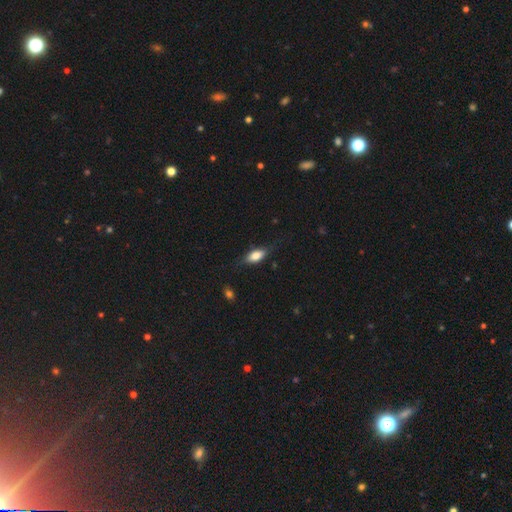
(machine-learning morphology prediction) Q: Smooth or featured?
A: smooth (71%); runner-up: featured or disk (22%)
Q: How rounded?
A: in between (80%); runner-up: cigar-shaped (15%)
Q: Merging?
A: none (71%); runner-up: minor disturbance (21%)